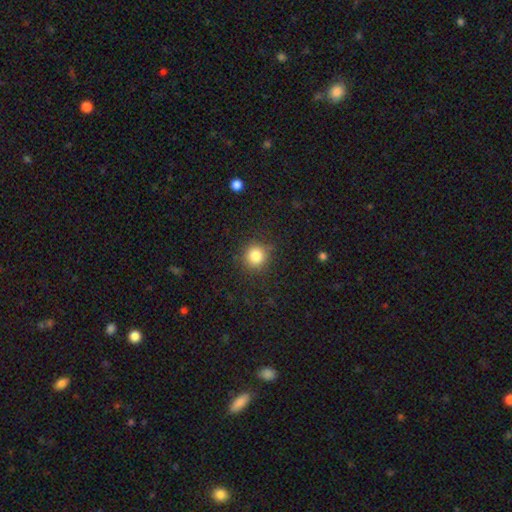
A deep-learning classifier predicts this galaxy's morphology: This is clearly a smooth galaxy (83%). How rounded: clearly round (92%). Merging: clearly none (87%).